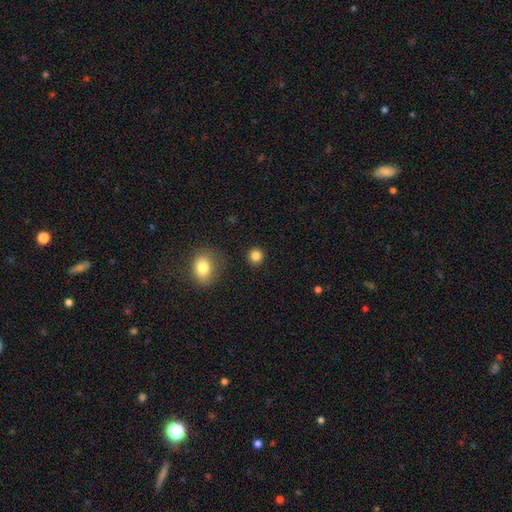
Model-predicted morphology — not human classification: Q: Smooth or featured?
A: smooth (84%); runner-up: star or artifact (12%)
Q: How rounded?
A: round (88%); runner-up: in between (11%)
Q: Merging?
A: none (88%); runner-up: minor disturbance (7%)